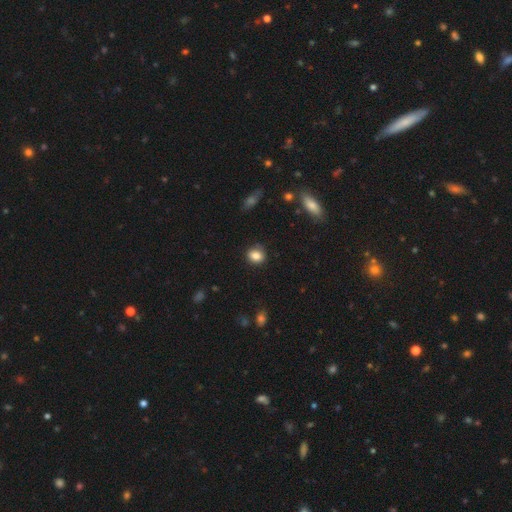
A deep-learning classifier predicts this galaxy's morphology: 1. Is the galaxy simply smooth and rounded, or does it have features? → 85% smooth, 9% star or artifact, 6% featured or disk.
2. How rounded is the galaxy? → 61% round, 38% in between, 1% cigar-shaped.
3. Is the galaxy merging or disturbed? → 82% none, 13% minor disturbance, 3% major disturbance, 1% merger.